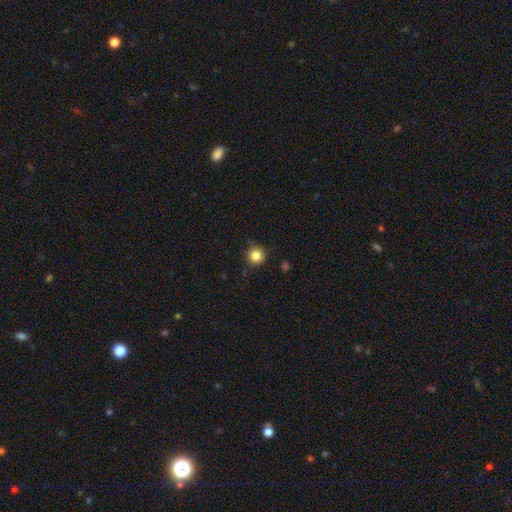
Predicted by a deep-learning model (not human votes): Overall: smooth (84%). How rounded: round (94%). Merging: none (85%).